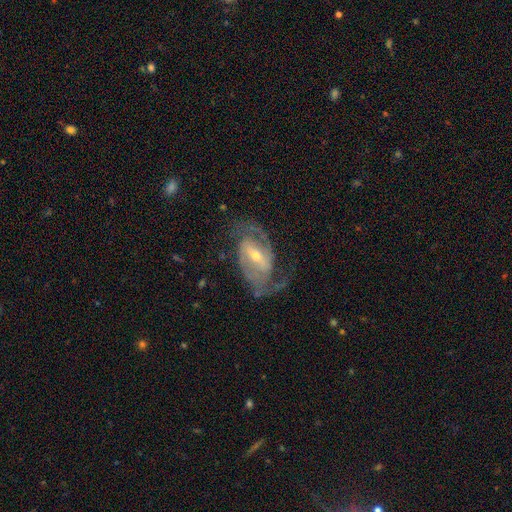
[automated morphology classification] This appears to be a featured or disk galaxy (90%) with a strong bar (42%, tied with weak), 2 (90%) medium (55%) spiral arms (96%) and a small central bulge (52%). Merging: none (71%).